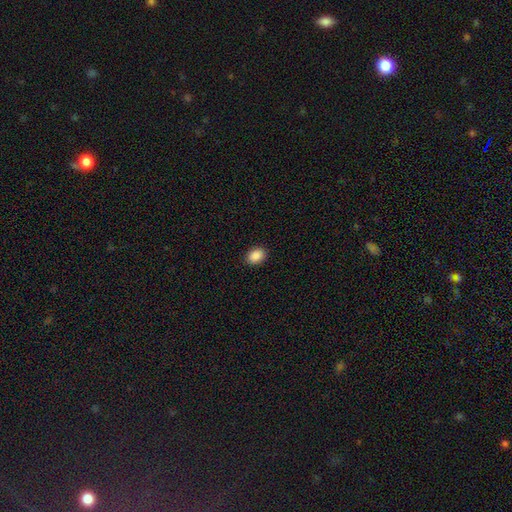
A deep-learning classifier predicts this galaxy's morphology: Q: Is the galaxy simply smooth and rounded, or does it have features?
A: smooth — 89%.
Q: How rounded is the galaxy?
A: in between — 72%.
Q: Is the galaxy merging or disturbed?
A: none — 90%.